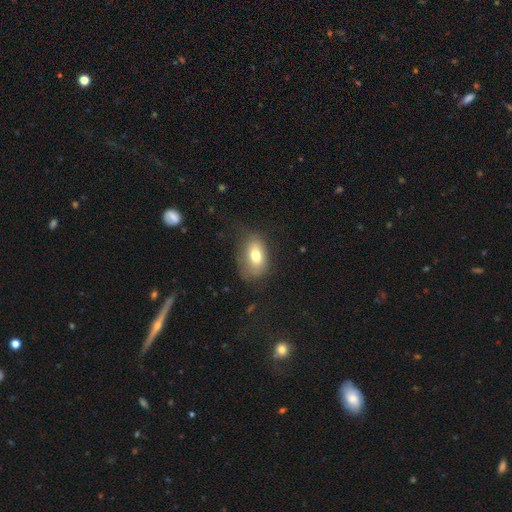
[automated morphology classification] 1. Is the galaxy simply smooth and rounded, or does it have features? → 73% smooth, 17% featured or disk, 9% star or artifact.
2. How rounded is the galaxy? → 84% in between, 15% round, 2% cigar-shaped.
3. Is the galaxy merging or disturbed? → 65% none, 24% minor disturbance, 10% major disturbance, 1% merger.